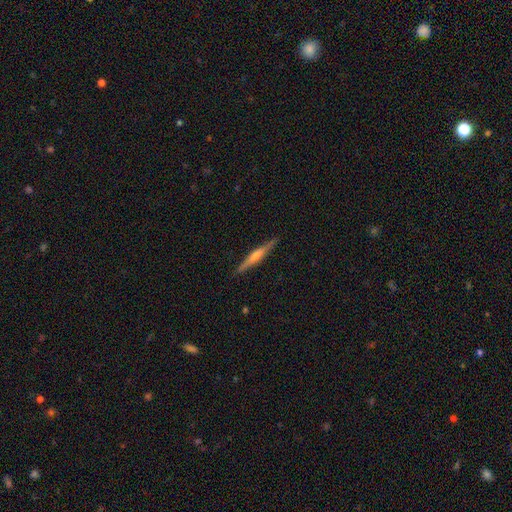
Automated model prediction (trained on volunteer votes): Q: Smooth or featured?
A: featured or disk (65%); runner-up: smooth (29%)
Q: Edge-on disk?
A: yes (98%); runner-up: no (2%)
Q: Edge-on bulge?
A: rounded (66%); runner-up: none (18%)
Q: Merging?
A: none (90%); runner-up: minor disturbance (7%)